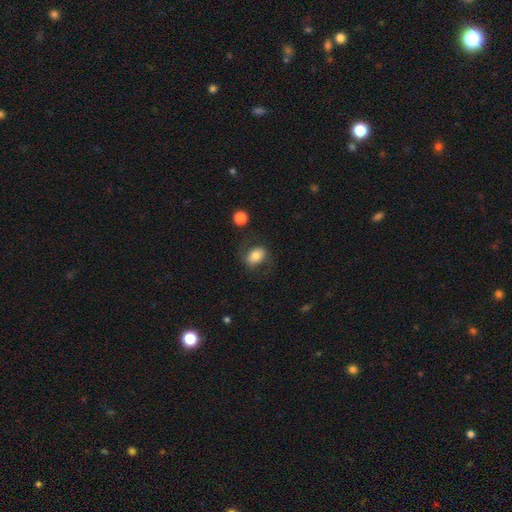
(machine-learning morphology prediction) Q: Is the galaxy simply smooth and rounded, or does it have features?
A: smooth — 69%.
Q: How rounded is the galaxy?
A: in between — 74%.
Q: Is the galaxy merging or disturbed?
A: none — 66%.